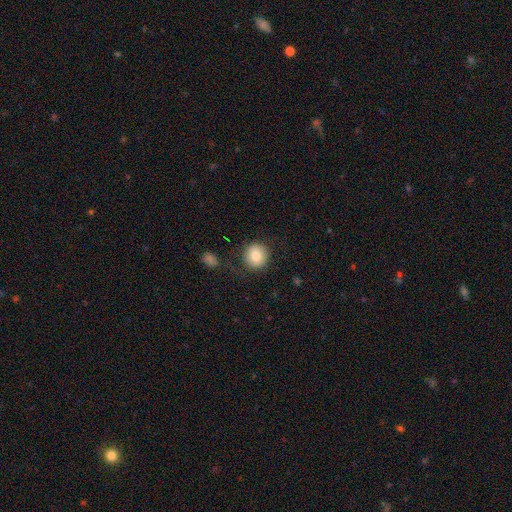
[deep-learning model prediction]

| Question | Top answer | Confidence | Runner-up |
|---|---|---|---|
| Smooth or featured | smooth | 81% | featured or disk (10%) |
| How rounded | round | 90% | in between (9%) |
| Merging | none | 78% | minor disturbance (13%) |